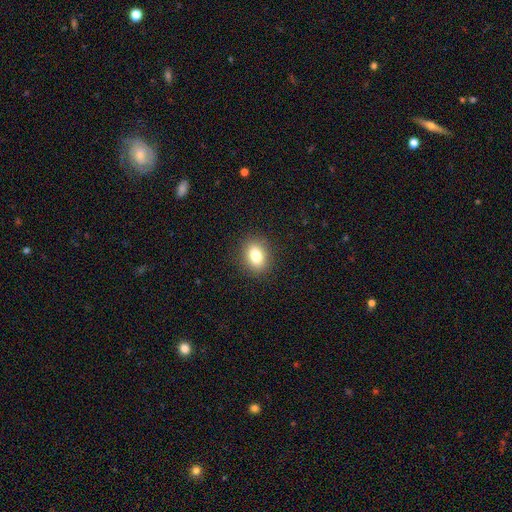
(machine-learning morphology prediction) Smooth or featured? smooth (82%)
How rounded? in between (63%)
Merging? none (89%)